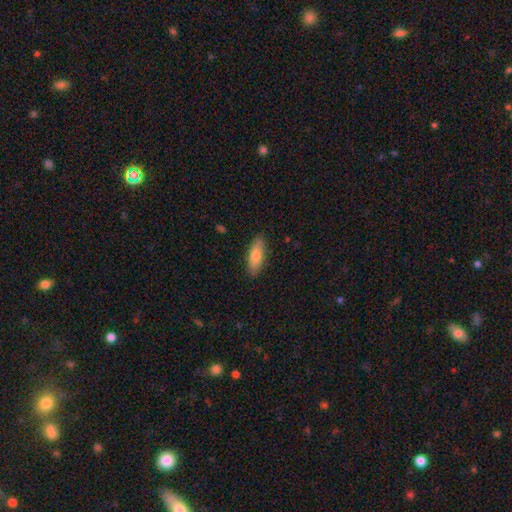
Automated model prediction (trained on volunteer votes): smooth-or-featured: smooth: 73% | featured or disk: 21% | star or artifact: 6%
  how-rounded: in between: 53% | cigar-shaped: 45% | round: 2%
  merging: none: 87% | minor disturbance: 10% | major disturbance: 2% | merger: 1%